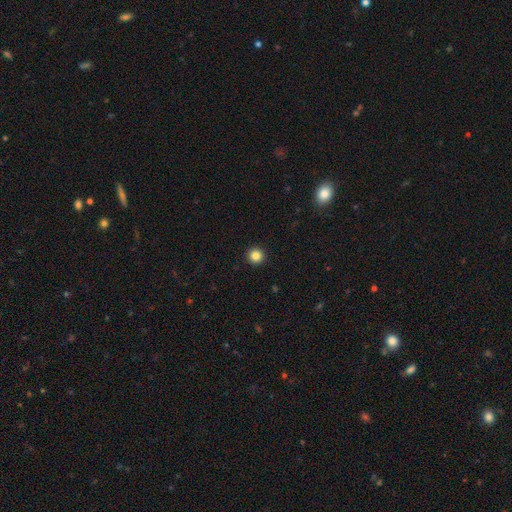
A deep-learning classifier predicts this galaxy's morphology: Smooth or featured? smooth (85%)
How rounded? round (96%)
Merging? none (94%)